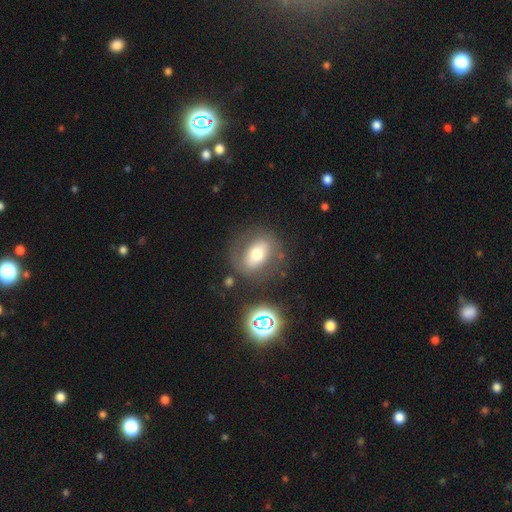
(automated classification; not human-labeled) Smooth or featured: featured or disk — 47% (smooth — 37%)
Merging: none — 76% (minor disturbance — 13%)